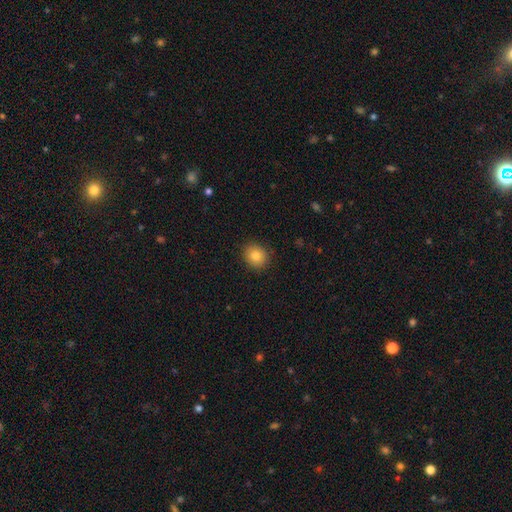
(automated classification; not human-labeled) smooth_or_featured: smooth (p=0.82) [alt: star or artifact p=0.10]
how_rounded: round (p=0.76) [alt: in between p=0.23]
merging: none (p=0.89) [alt: minor disturbance p=0.08]